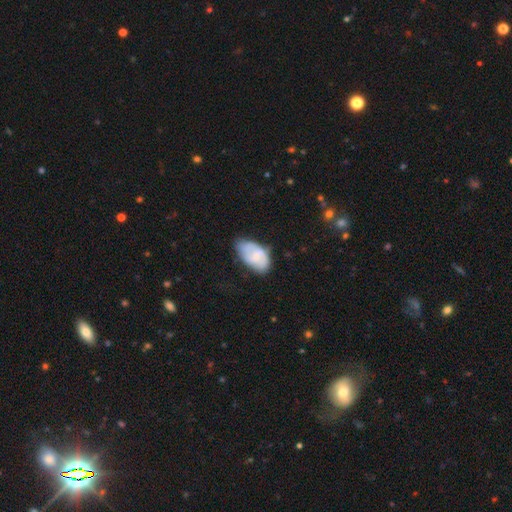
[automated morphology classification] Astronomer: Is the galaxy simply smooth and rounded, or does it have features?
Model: smooth — 49% (runner-up: featured or disk, 45%).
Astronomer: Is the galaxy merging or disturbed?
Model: none — 50% (runner-up: minor disturbance, 36%).